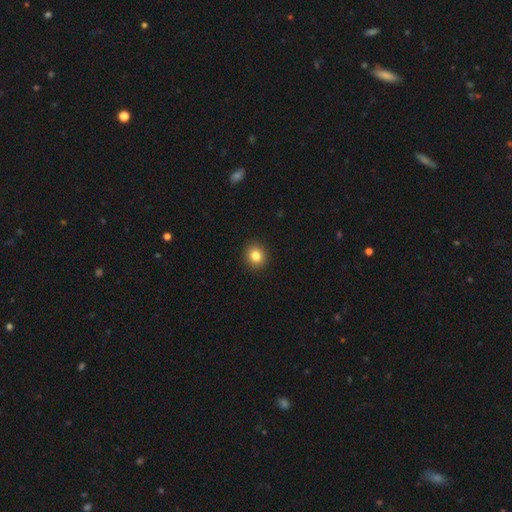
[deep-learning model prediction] smooth_or_featured: smooth (p=0.83) [alt: star or artifact p=0.11]
how_rounded: round (p=0.82) [alt: in between p=0.17]
merging: none (p=0.92) [alt: minor disturbance p=0.05]